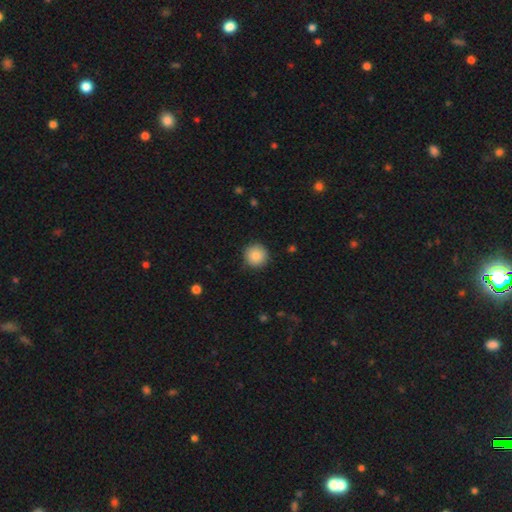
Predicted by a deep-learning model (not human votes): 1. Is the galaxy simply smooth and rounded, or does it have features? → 85% smooth, 9% star or artifact, 7% featured or disk.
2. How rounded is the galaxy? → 96% round, 4% in between, 1% cigar-shaped.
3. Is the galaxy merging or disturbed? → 90% none, 7% minor disturbance, 2% major disturbance, 1% merger.